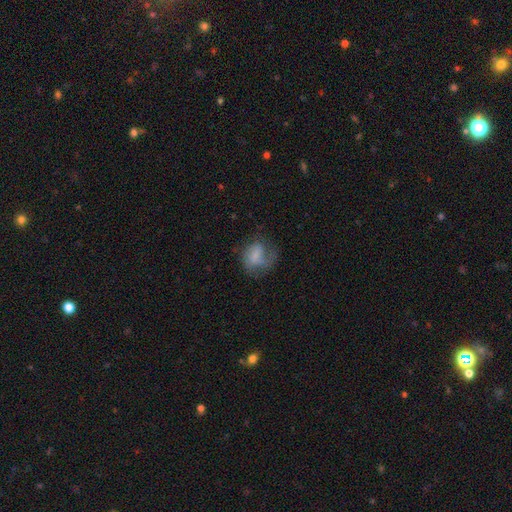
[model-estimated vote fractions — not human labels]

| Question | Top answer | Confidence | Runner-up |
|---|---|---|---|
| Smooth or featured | smooth | 54% | featured or disk (37%) |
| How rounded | in between | 51% | round (48%) |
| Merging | none | 40% | major disturbance (33%) |